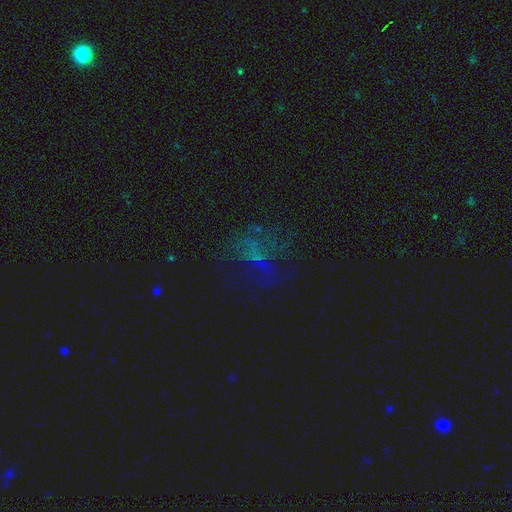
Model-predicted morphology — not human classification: type=star or artifact (49%).